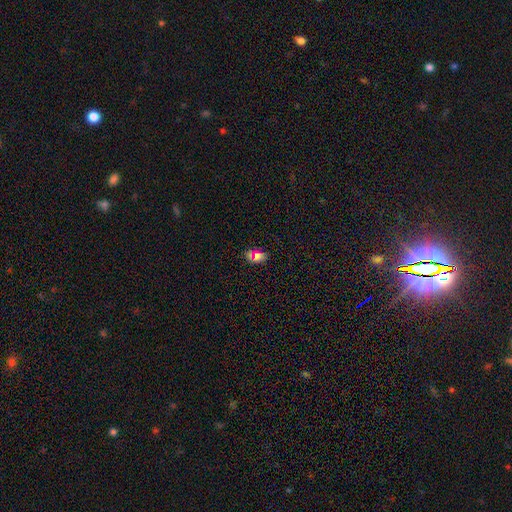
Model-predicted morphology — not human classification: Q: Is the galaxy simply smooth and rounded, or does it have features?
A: smooth — 63%.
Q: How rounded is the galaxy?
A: in between — 81%.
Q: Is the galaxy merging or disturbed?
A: none — 82%.